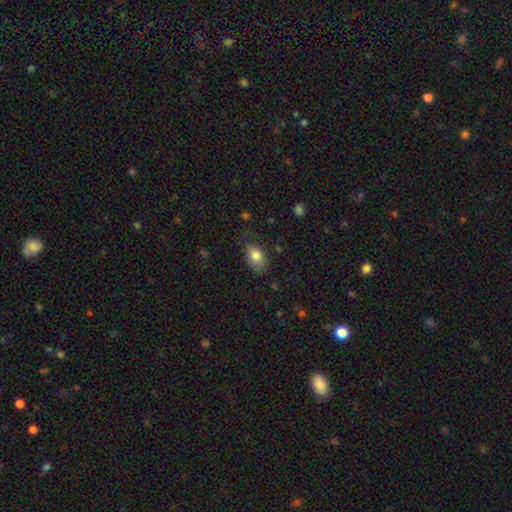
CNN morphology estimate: smooth 81%, featured or disk 11%, star or artifact 8%. Down the decision tree: how rounded — in between (88%); merging — none (67%).